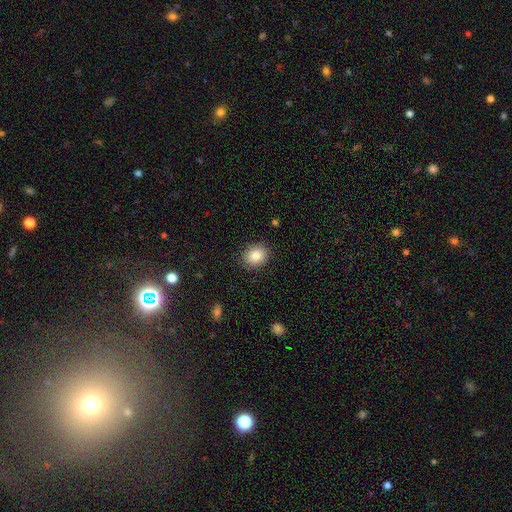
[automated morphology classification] This appears to be a smooth galaxy with no disk features (85%) that is round (58%). Merging: none (88%).